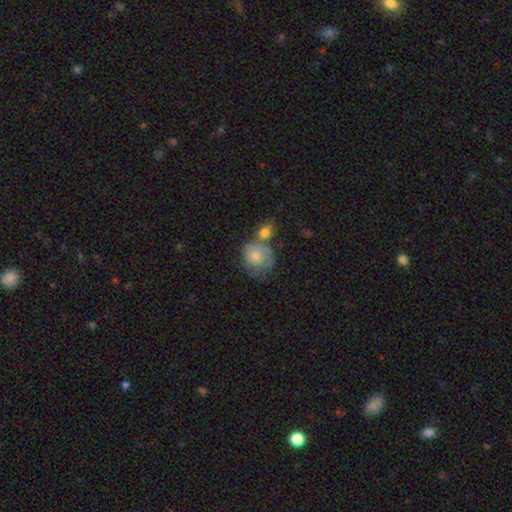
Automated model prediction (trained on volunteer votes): Smooth or featured? smooth (66%)
How rounded? round (68%)
Merging? none (36%)